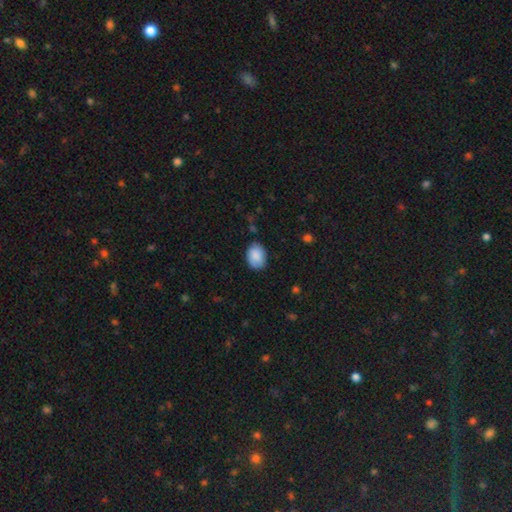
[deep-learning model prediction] Smooth or featured? smooth (88%)
How rounded? in between (76%)
Merging? none (80%)